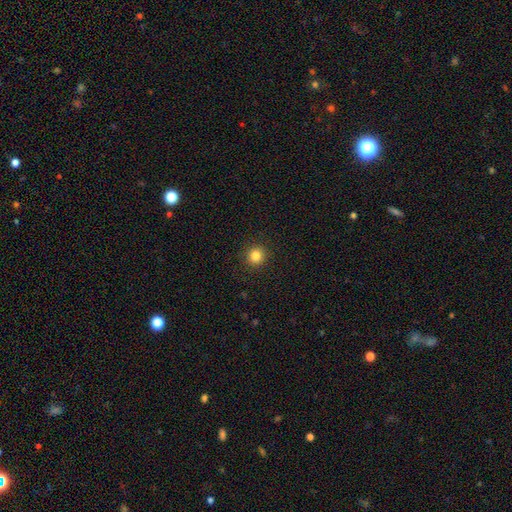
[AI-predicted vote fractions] Overall: smooth (83%). How rounded: round (92%). Merging: none (92%).